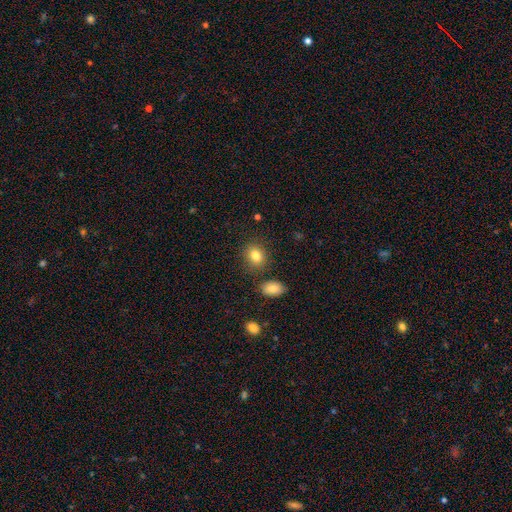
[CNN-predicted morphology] Smooth or featured? smooth (82%)
How rounded? round (63%)
Merging? none (82%)